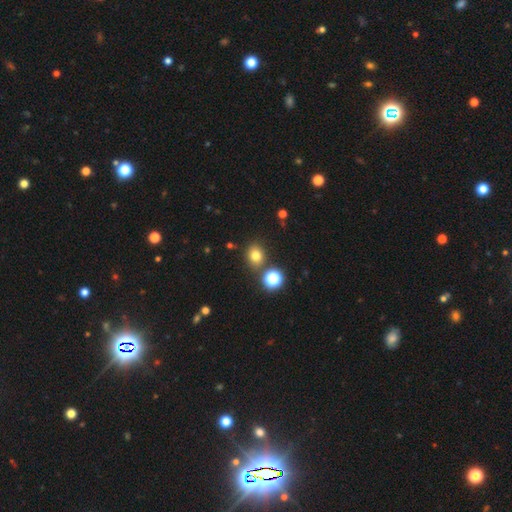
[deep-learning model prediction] This is likely a smooth galaxy (75%). How rounded: likely round (66%). Merging: clearly none (80%).